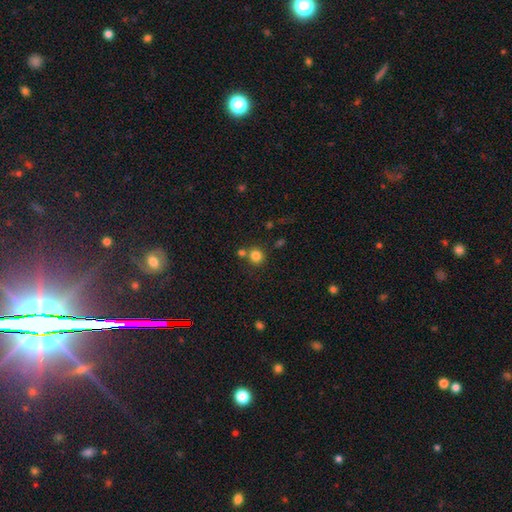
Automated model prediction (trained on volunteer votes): Overall: smooth (82%). How rounded: round (91%). Merging: none (69%).